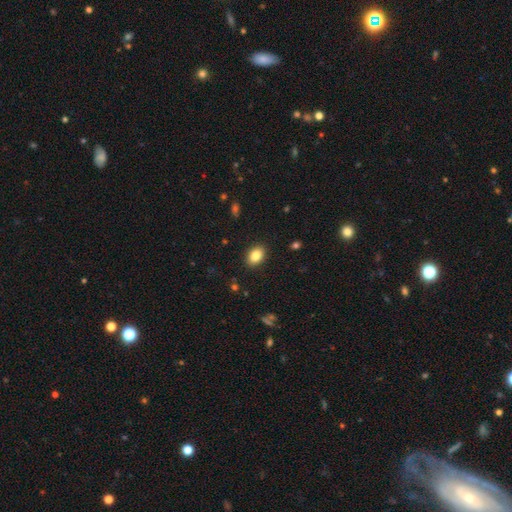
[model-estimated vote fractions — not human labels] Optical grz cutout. It shows a smooth galaxy with no disk features (85%) that is in between round and cigar-shaped (82%). Merging: none (89%).